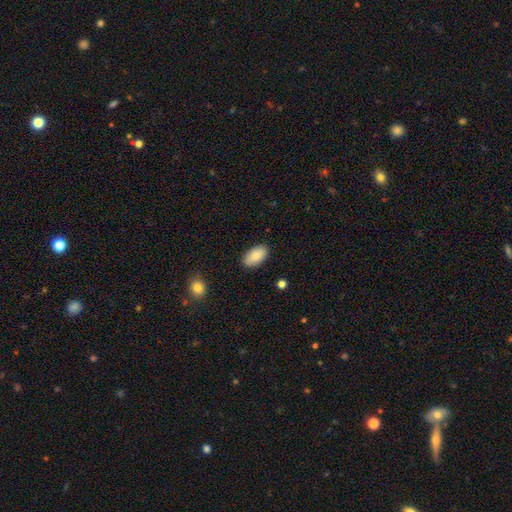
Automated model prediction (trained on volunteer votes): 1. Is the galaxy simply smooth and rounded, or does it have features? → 86% smooth, 8% featured or disk, 6% star or artifact.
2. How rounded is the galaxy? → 95% in between, 4% round, 2% cigar-shaped.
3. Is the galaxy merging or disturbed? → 87% none, 10% minor disturbance, 2% major disturbance, 1% merger.